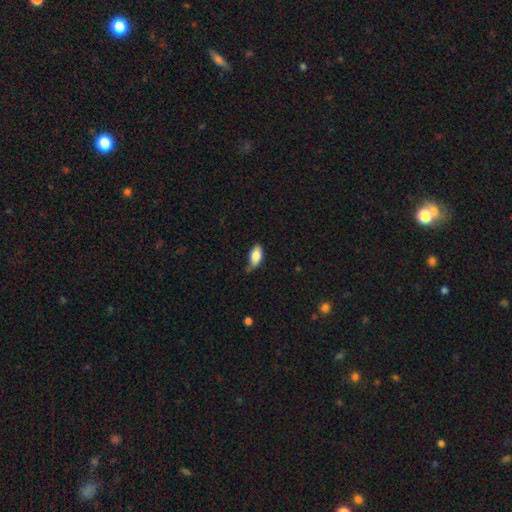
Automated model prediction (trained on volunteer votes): Smooth or featured?
  - smooth: 80% *
  - featured or disk: 13%
  - star or artifact: 7%
How rounded?
  - in between: 88% *
  - cigar-shaped: 9%
  - round: 3%
Merging?
  - none: 60% *
  - minor disturbance: 31%
  - major disturbance: 5%
  - merger: 3%